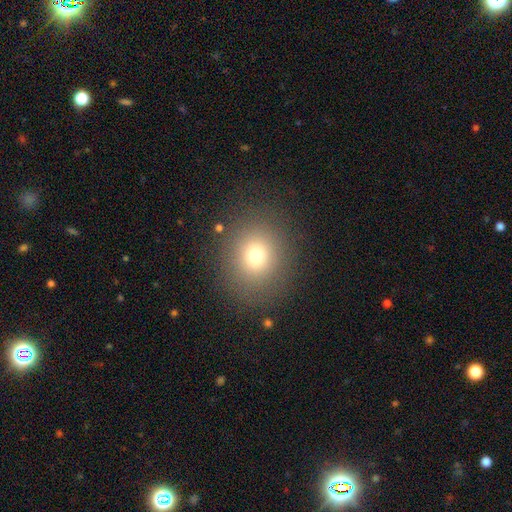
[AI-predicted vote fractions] This appears to be a smooth galaxy with no disk features (72%) that is round (76%). Merging: none (85%).